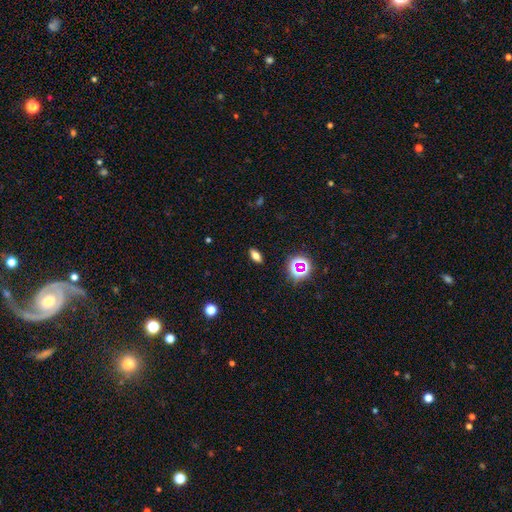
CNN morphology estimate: Smooth or featured?
  - smooth: 68% *
  - star or artifact: 18%
  - featured or disk: 14%
How rounded?
  - in between: 77% *
  - cigar-shaped: 14%
  - round: 8%
Merging?
  - none: 89% *
  - minor disturbance: 8%
  - major disturbance: 2%
  - merger: 1%